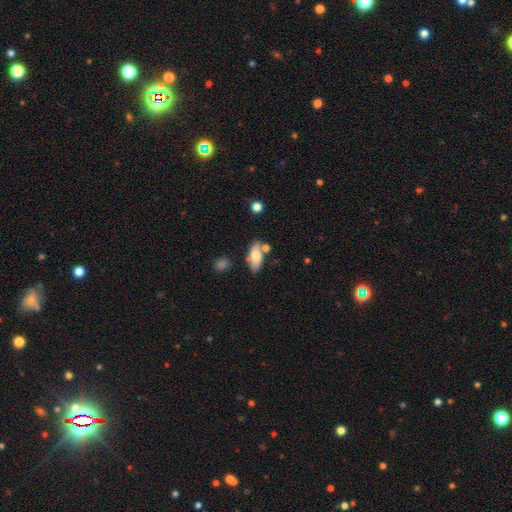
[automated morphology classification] type=smooth (71%); roundness=in between (81%); merging=none (65%).